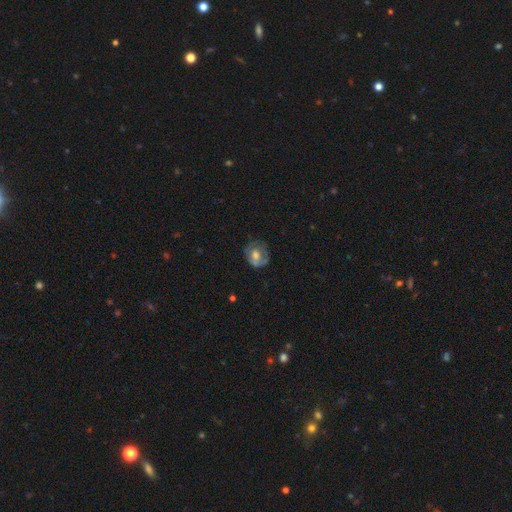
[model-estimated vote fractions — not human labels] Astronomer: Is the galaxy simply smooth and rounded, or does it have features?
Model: smooth — 47% (runner-up: featured or disk, 46%).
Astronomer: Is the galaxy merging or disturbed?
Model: none — 58%.